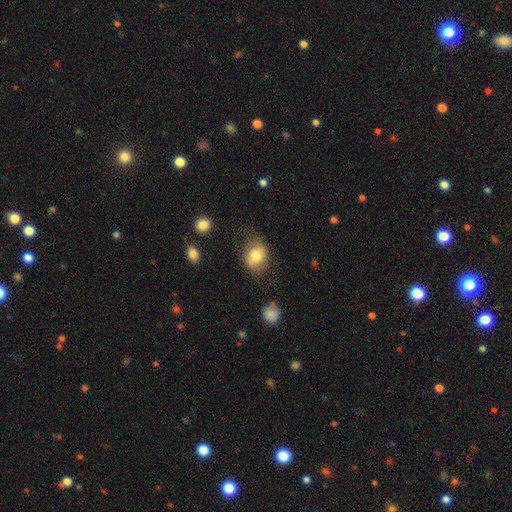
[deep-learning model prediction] The model was most divided on "how rounded": in between: 66%, round: 32%, cigar-shaped: 1%. More confident: smooth or featured — smooth (74%); merging — none (68%).